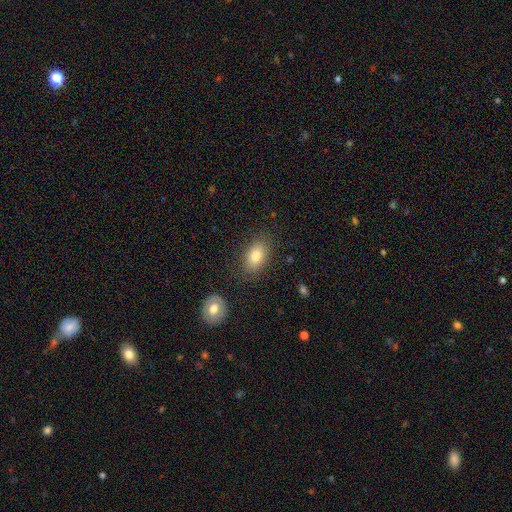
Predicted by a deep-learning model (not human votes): Smooth or featured? Predicted: smooth (p=0.80). How rounded? Predicted: in between (p=0.85). Merging? Predicted: none (p=0.82).